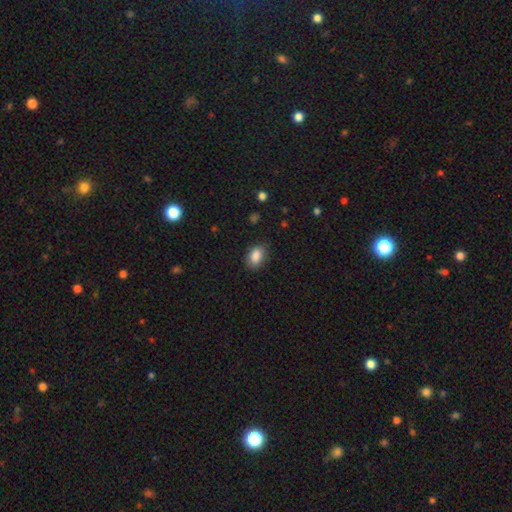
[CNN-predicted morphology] A smooth galaxy with no disk features (87%) that is in between round and cigar-shaped (82%).

Vote fractions:
- Smooth or featured? smooth: 87% / star or artifact: 8% / featured or disk: 5%
- How rounded? in between: 82% / round: 17% / cigar-shaped: 1%
- Merging? none: 81% / minor disturbance: 15% / major disturbance: 3% / merger: 1%